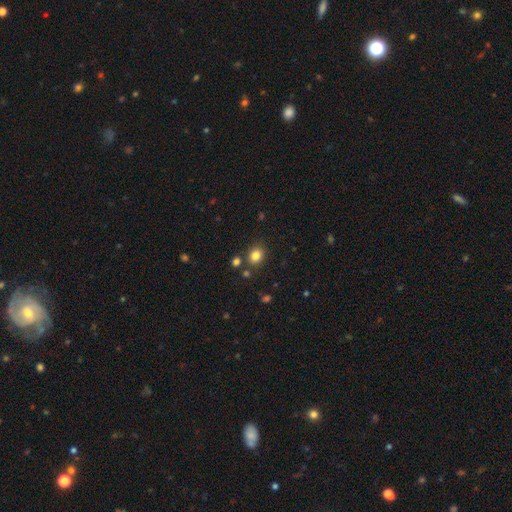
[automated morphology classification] Overall: smooth (82%). How rounded: round (55%; in between 44%). Merging: none (80%).